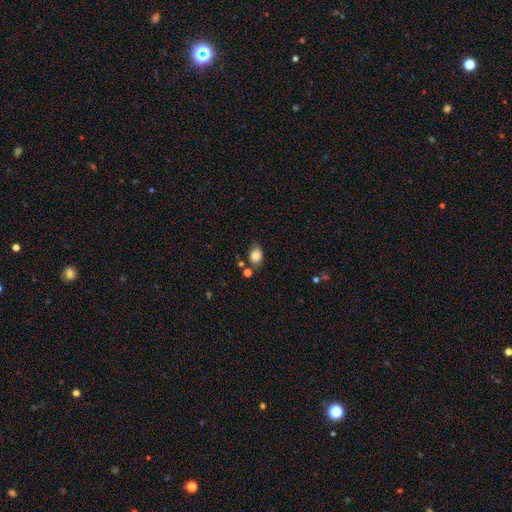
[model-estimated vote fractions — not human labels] Q: Smooth or featured?
A: smooth (85%); runner-up: star or artifact (9%)
Q: How rounded?
A: in between (64%); runner-up: round (34%)
Q: Merging?
A: none (74%); runner-up: minor disturbance (14%)